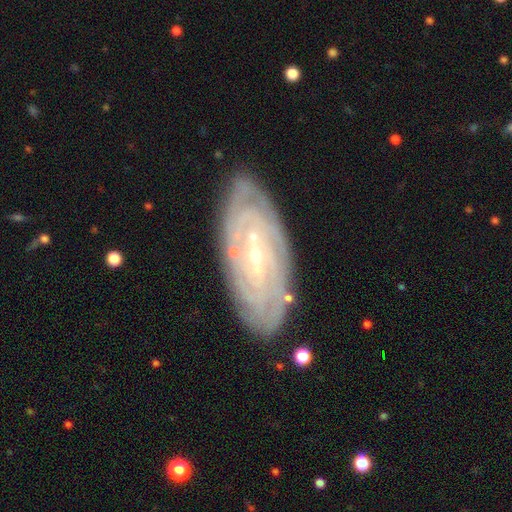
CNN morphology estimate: This appears to be a featured or disk galaxy (83%) with a weak bar (43%), tight (82%) spiral arms (93%) and a small central bulge (81%). Merging: none (83%).